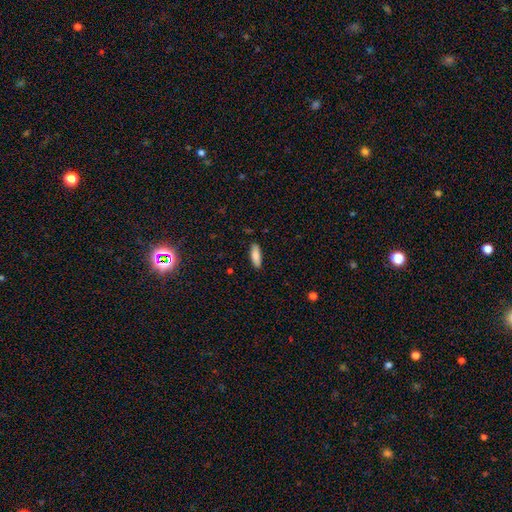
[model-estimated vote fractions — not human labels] Smooth or featured: smooth — 86% (featured or disk — 8%)
How rounded: in between — 66% (cigar-shaped — 33%)
Merging: none — 87% (minor disturbance — 10%)